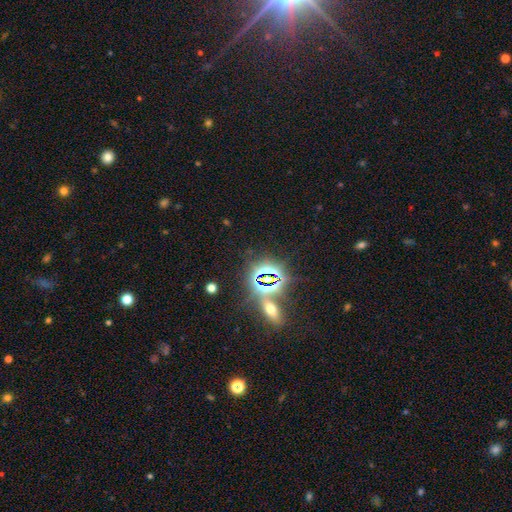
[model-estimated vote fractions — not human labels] Overall: star or artifact (75%).